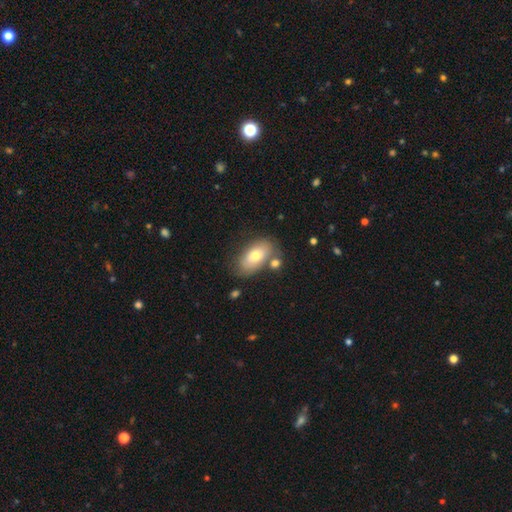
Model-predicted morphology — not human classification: Smooth or featured?
  - smooth: 70% *
  - featured or disk: 22%
  - star or artifact: 7%
How rounded?
  - in between: 91% *
  - round: 6%
  - cigar-shaped: 3%
Merging?
  - none: 65% *
  - minor disturbance: 16%
  - merger: 14%
  - major disturbance: 5%